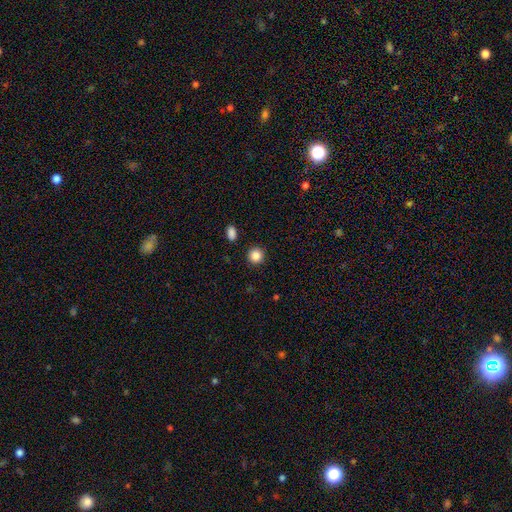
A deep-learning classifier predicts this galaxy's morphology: type=smooth (86%); roundness=round (92%); merging=none (91%).